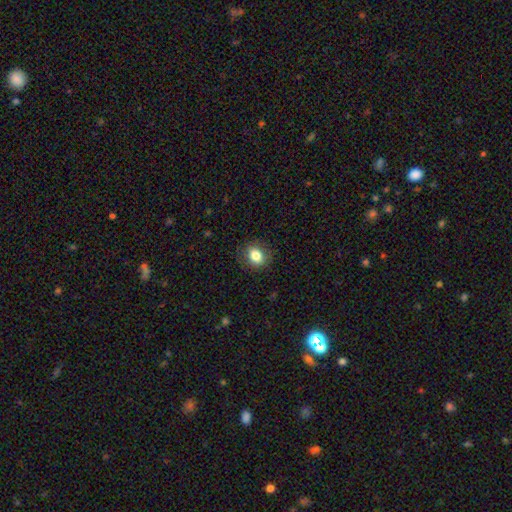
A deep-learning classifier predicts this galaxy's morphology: Smooth or featured? smooth (83%)
How rounded? round (53%)
Merging? none (85%)